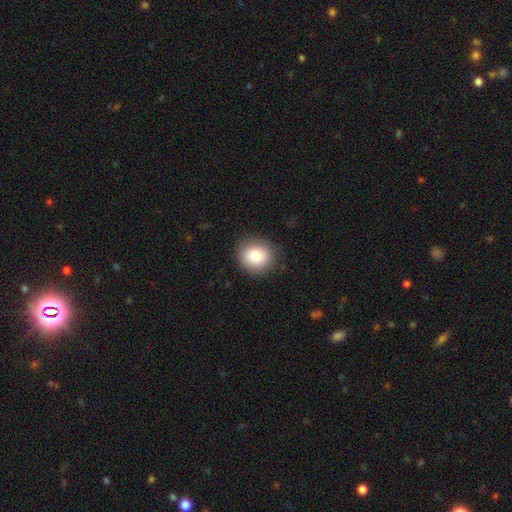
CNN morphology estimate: This is clearly a smooth galaxy (81%). How rounded: clearly round (82%). Merging: clearly none (87%).